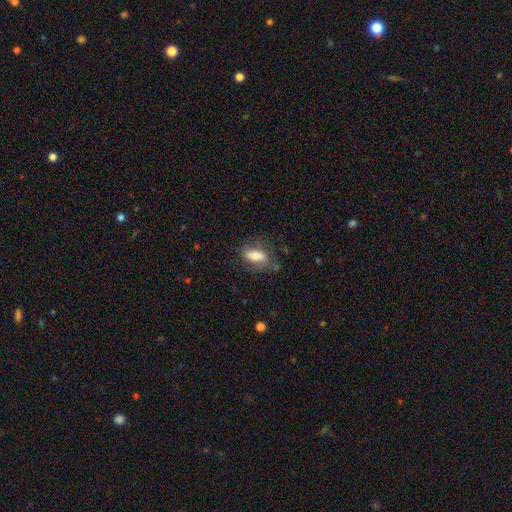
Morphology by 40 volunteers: Smooth or featured: smooth — 52% (featured or disk — 38%)
How rounded: in between — 86% (cigar-shaped — 14%)
Merging: none — 61% (minor disturbance — 25%)